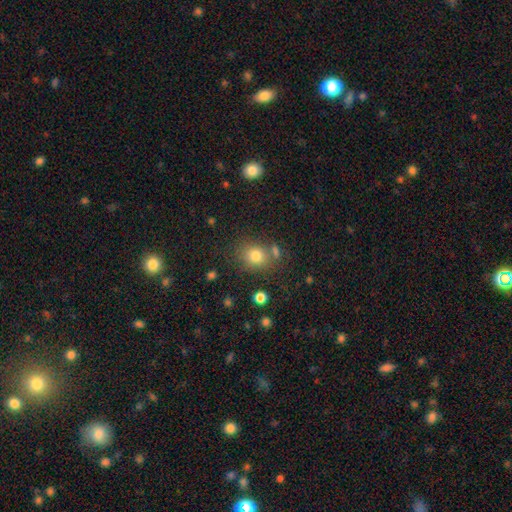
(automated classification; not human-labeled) A smooth galaxy with no disk features (78%) that is round (64%). Merging: none (69%).